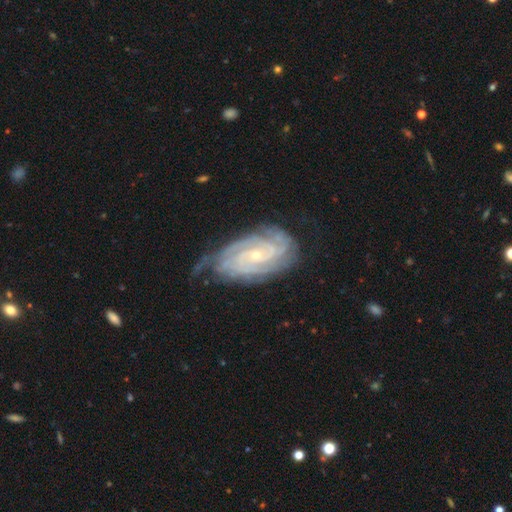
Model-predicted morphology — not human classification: smooth_or_featured: featured or disk (p=0.89) [alt: smooth p=0.06]
disk_edge_on: no (p=0.96) [alt: yes p=0.04]
bar: no (p=0.64) [alt: weak p=0.27]
has_spiral_arms: yes (p=0.98) [alt: no p=0.02]
spiral_winding: tight (p=0.76) [alt: medium p=0.21]
spiral_arm_count: 4 (p=0.23) [tied with: can't tell p=0.23]
bulge_size: small (p=0.77) [alt: moderate p=0.20]
merging: none (p=0.66) [alt: minor disturbance p=0.24]